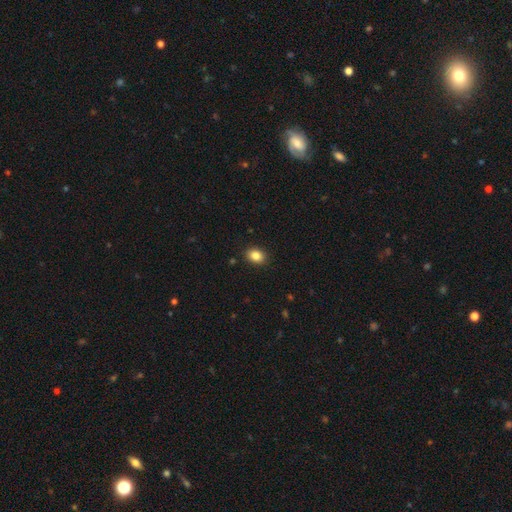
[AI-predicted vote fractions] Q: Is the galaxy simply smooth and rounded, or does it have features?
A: smooth — 85%.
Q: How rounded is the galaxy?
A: in between — 63%.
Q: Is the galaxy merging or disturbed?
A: none — 89%.